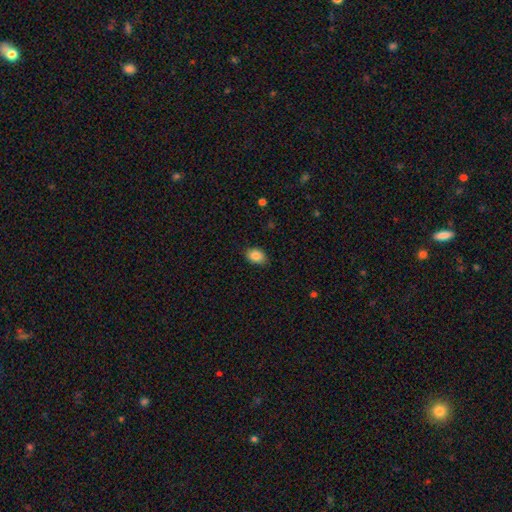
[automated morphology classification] Q: Smooth or featured?
A: smooth (86%); runner-up: star or artifact (8%)
Q: How rounded?
A: in between (76%); runner-up: round (23%)
Q: Merging?
A: none (85%); runner-up: minor disturbance (12%)